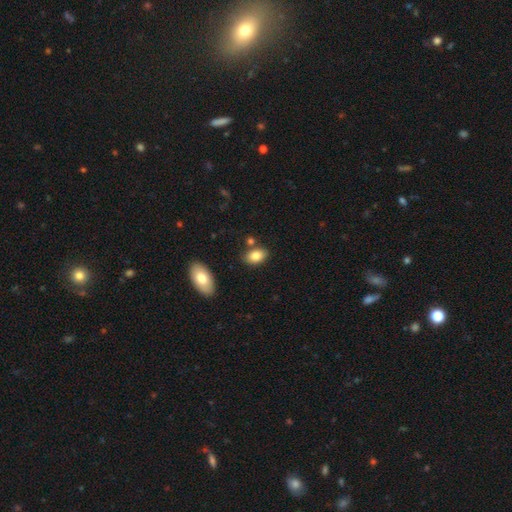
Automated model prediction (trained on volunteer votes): This is clearly a smooth galaxy (83%). How rounded: clearly in between (87%). Merging: likely none (76%).